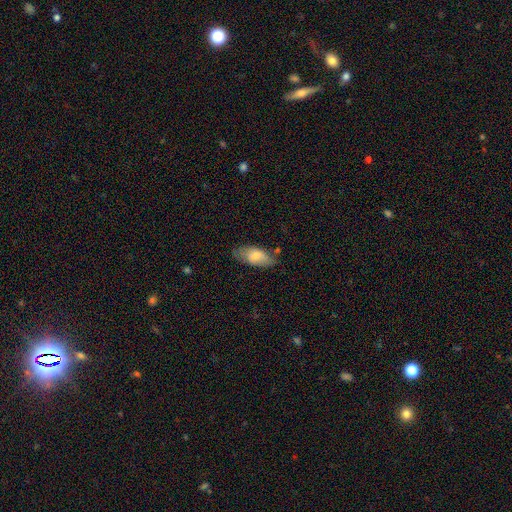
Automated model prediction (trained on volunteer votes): Smooth or featured?
  - smooth: 71% *
  - featured or disk: 23%
  - star or artifact: 6%
How rounded?
  - in between: 89% *
  - cigar-shaped: 8%
  - round: 3%
Merging?
  - none: 66% *
  - minor disturbance: 24%
  - major disturbance: 6%
  - merger: 3%